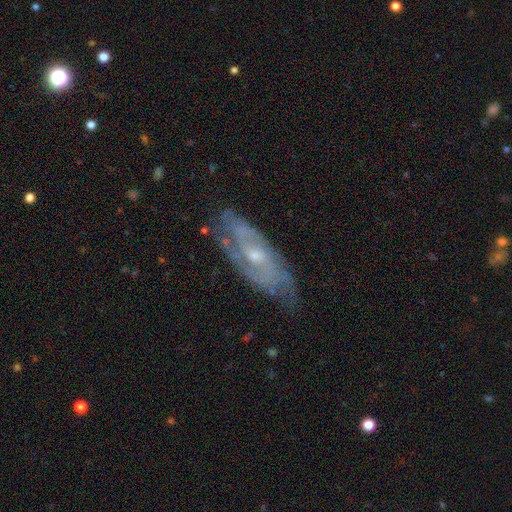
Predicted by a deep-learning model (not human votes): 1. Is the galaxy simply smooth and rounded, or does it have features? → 82% featured or disk, 12% smooth, 6% star or artifact.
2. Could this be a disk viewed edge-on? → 86% no, 14% yes.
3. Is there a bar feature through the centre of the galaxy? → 61% no, 33% weak, 6% strong.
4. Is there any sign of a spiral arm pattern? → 92% yes, 8% no.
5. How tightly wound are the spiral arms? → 51% tight, 38% medium, 11% loose.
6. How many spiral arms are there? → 40% 2, 34% can't tell, 14% 3, 5% 4, 4% 1, 3% more than 4.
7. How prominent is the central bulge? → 58% small, 38% moderate, 2% none, 1% large, 1% dominant.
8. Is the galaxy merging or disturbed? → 71% none, 21% minor disturbance, 6% major disturbance, 1% merger.